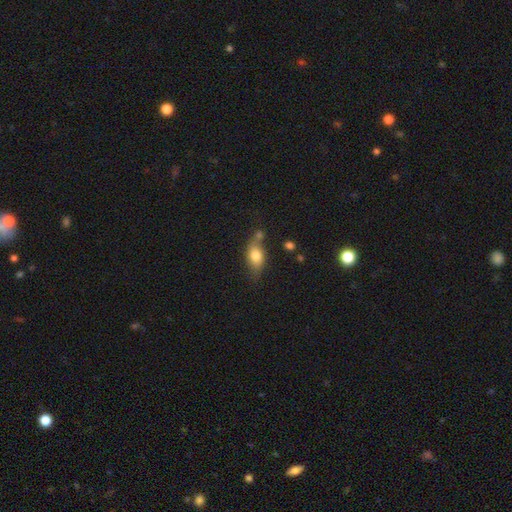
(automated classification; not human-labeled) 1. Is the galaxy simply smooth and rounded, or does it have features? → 75% smooth, 17% featured or disk, 8% star or artifact.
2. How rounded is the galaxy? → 79% in between, 13% round, 8% cigar-shaped.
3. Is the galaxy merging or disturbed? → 55% none, 21% minor disturbance, 16% merger, 7% major disturbance.